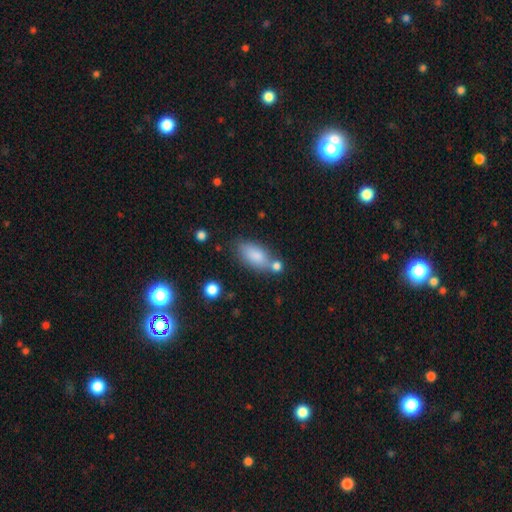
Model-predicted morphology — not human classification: smooth_or_featured: smooth (p=0.82) [alt: featured or disk p=0.11]
how_rounded: in between (p=0.88) [alt: cigar-shaped p=0.08]
merging: none (p=0.52) [alt: merger p=0.24]